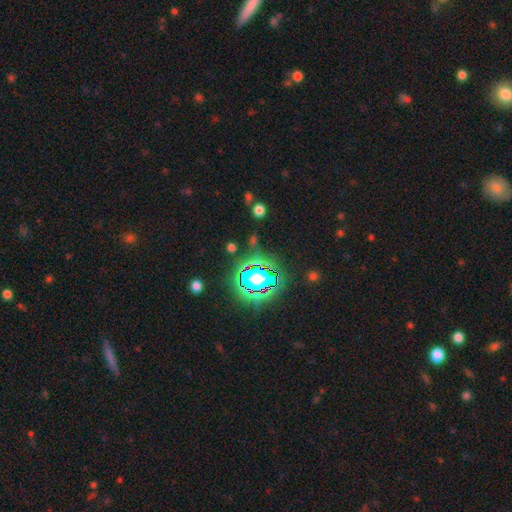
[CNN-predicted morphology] Q: Smooth or featured?
A: star or artifact (80%); runner-up: smooth (12%)